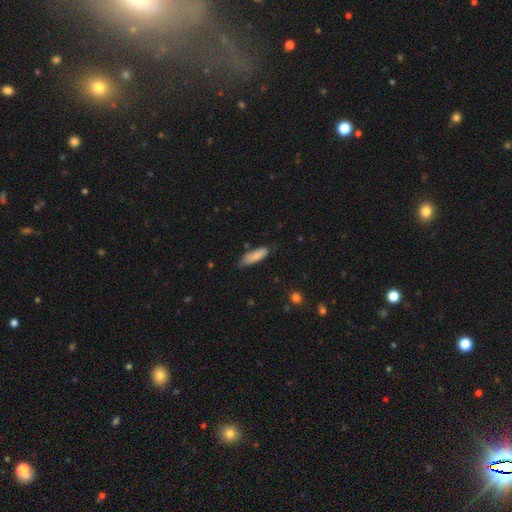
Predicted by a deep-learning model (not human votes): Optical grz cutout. It shows a smooth galaxy with no disk features (85%) that is cigar-shaped (54%). Merging: none (70%).